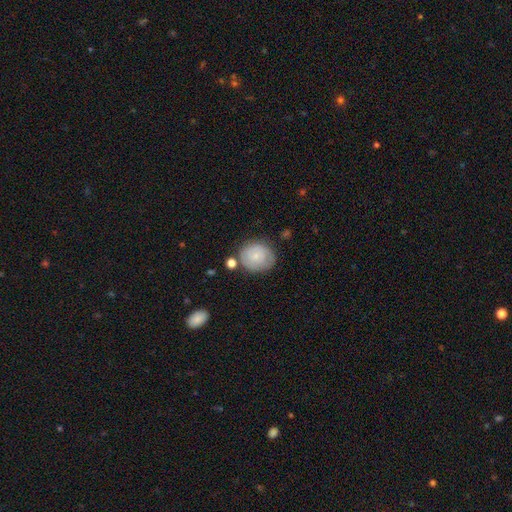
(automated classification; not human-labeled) A smooth galaxy with no disk features (67%) that is round (78%). Merging: none (69%).